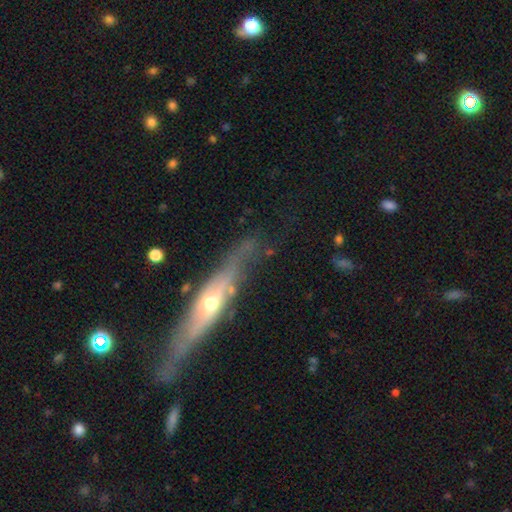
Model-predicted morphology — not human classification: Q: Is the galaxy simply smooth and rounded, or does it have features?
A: featured or disk — 75%.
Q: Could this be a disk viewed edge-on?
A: yes — 76%.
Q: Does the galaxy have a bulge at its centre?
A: rounded — 82%.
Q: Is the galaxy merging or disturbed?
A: none — 67%.